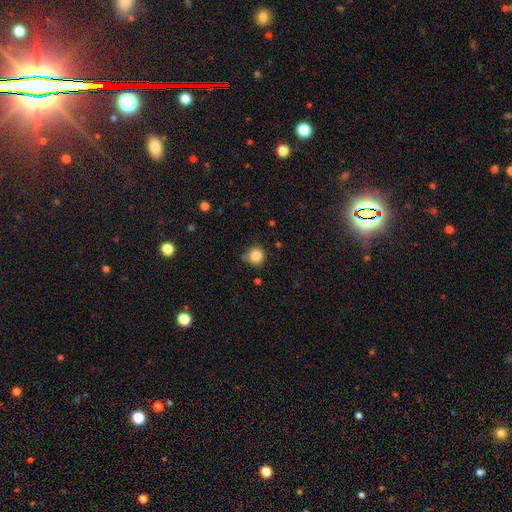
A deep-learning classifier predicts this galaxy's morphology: Smooth or featured?
  - smooth: 85% *
  - star or artifact: 10%
  - featured or disk: 4%
How rounded?
  - round: 91% *
  - in between: 8%
  - cigar-shaped: 1%
Merging?
  - none: 72% *
  - minor disturbance: 18%
  - merger: 6%
  - major disturbance: 4%